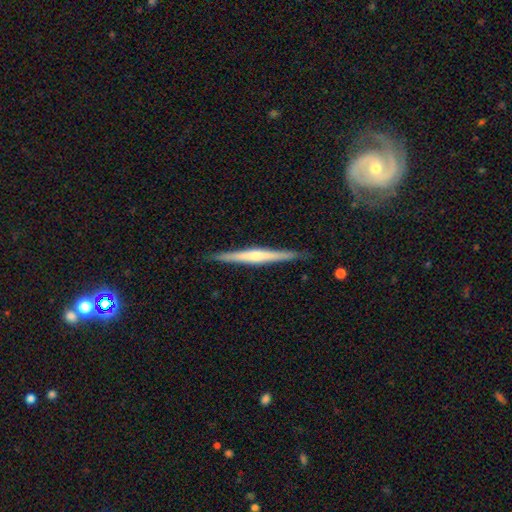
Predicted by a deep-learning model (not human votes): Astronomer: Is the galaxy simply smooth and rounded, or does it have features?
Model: featured or disk — 68%.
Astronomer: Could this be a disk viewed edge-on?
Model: yes — 98%.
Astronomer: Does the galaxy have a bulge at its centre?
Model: rounded — 61%.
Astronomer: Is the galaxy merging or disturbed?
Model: none — 91%.